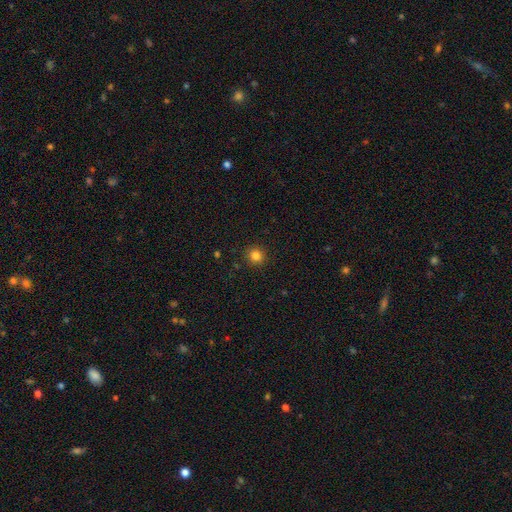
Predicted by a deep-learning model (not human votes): The model was most divided on "smooth or featured": smooth: 82%, star or artifact: 13%, featured or disk: 5%. More confident: how rounded — round (94%); merging — none (92%).